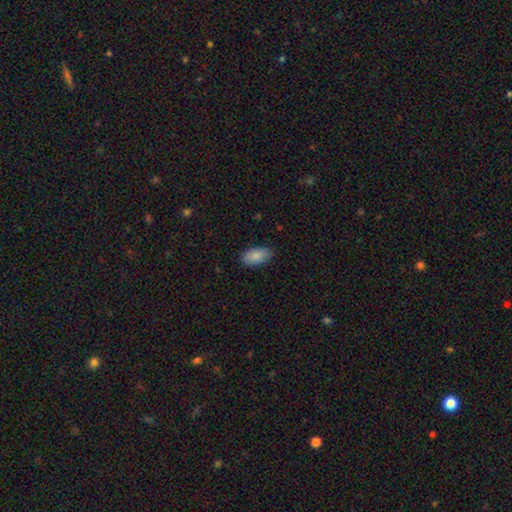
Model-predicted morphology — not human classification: smooth-or-featured: smooth: 87% | star or artifact: 7% | featured or disk: 6%
  how-rounded: in between: 93% | cigar-shaped: 4% | round: 3%
  merging: none: 82% | minor disturbance: 14% | major disturbance: 3% | merger: 1%